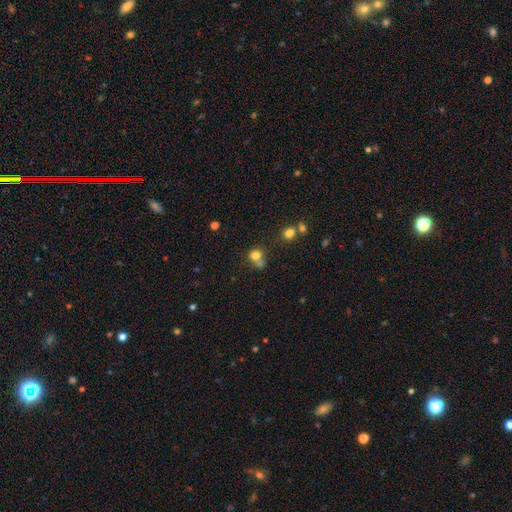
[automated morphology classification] smooth-or-featured: smooth: 76% | star or artifact: 14% | featured or disk: 10%
  how-rounded: round: 81% | in between: 18% | cigar-shaped: 1%
  merging: none: 46% | merger: 37% | minor disturbance: 12% | major disturbance: 6%